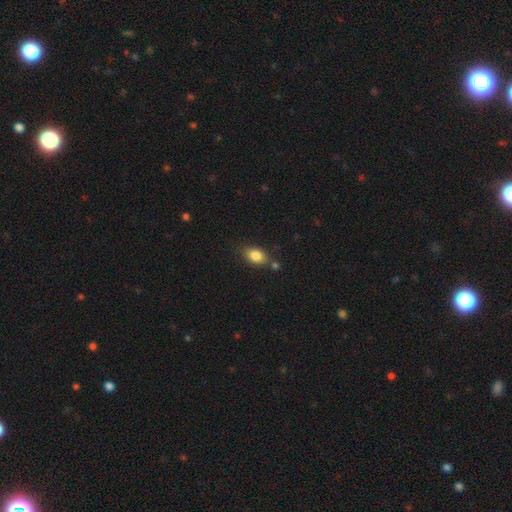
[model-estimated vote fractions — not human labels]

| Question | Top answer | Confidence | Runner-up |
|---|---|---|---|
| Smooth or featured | smooth | 84% | star or artifact (8%) |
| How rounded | in between | 81% | round (16%) |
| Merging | none | 70% | minor disturbance (16%) |